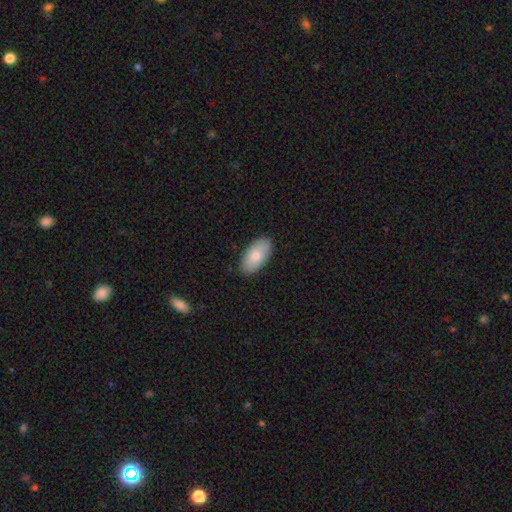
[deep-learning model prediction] Morphology: type=smooth (78%); roundness=in between (95%); merging=none (86%).